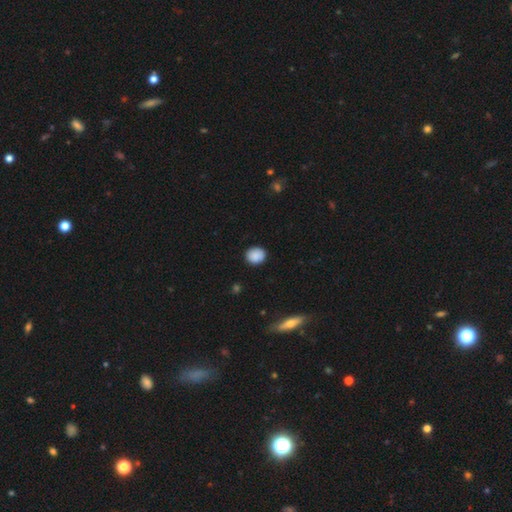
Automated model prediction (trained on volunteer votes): Smooth or featured? Predicted: smooth (p=0.88). How rounded? Predicted: round (p=0.75). Merging? Predicted: none (p=0.87).